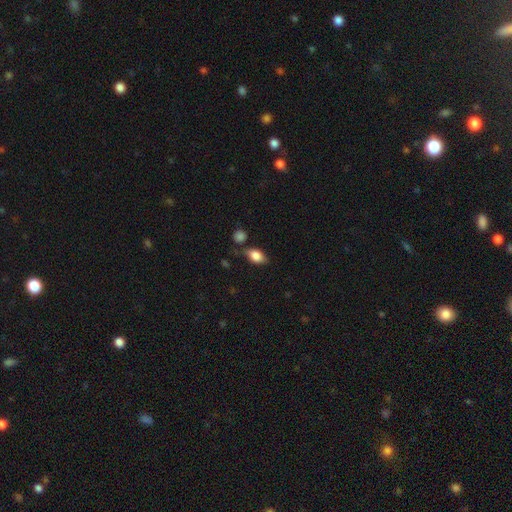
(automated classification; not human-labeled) Morphology: type=smooth (81%); roundness=in between (85%); merging=none (67%).